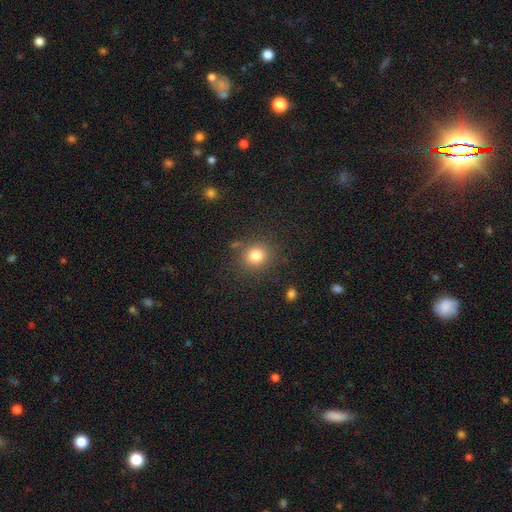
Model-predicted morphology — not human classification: Smooth or featured? smooth (81%)
How rounded? round (83%)
Merging? none (83%)